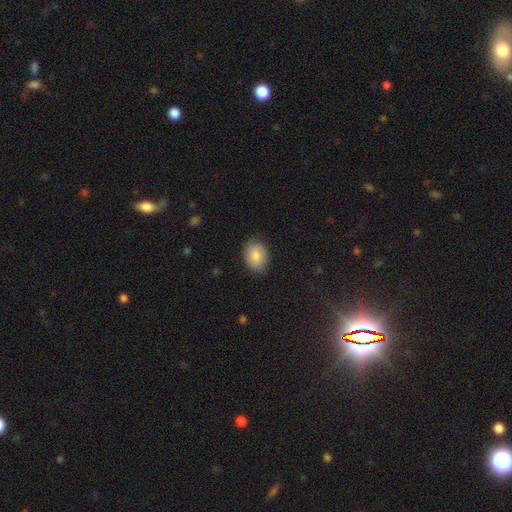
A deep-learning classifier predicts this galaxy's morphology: The model was most divided on "how rounded": in between: 72%, round: 27%, cigar-shaped: 1%. More confident: smooth or featured — smooth (84%); merging — none (83%).